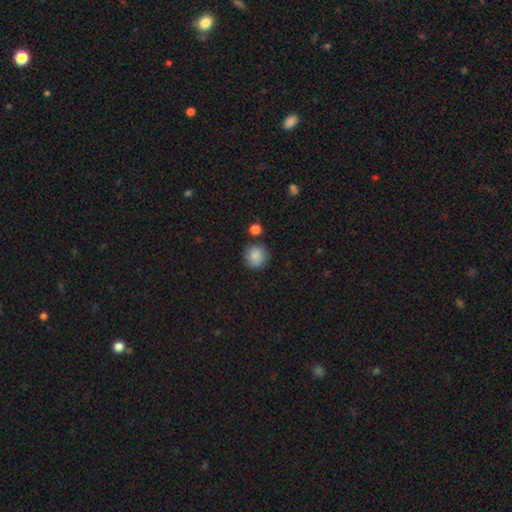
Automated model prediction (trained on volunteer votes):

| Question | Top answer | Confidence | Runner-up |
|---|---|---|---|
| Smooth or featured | smooth | 87% | star or artifact (8%) |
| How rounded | round | 89% | in between (10%) |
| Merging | none | 79% | minor disturbance (12%) |